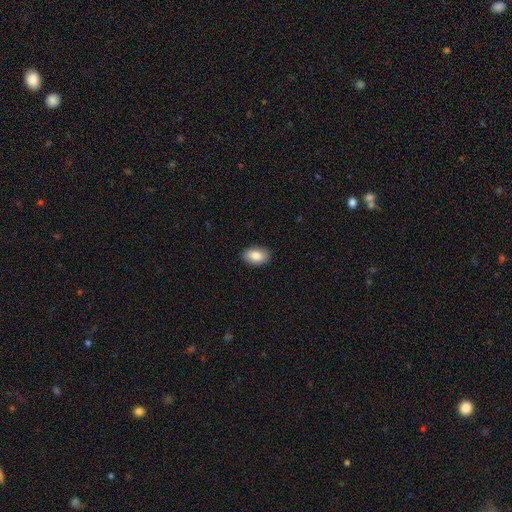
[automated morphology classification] Smooth or featured? smooth (83%)
How rounded? in between (89%)
Merging? none (90%)